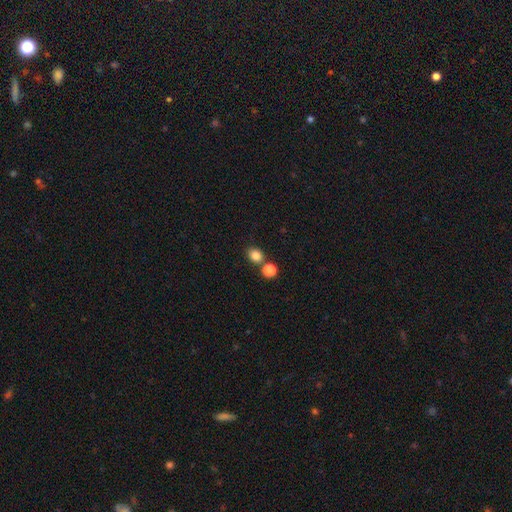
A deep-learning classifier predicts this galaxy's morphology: Smooth or featured?
  - smooth: 83% *
  - star or artifact: 12%
  - featured or disk: 5%
How rounded?
  - round: 55% *
  - in between: 44%
  - cigar-shaped: 1%
Merging?
  - none: 66% *
  - merger: 23%
  - minor disturbance: 9%
  - major disturbance: 3%